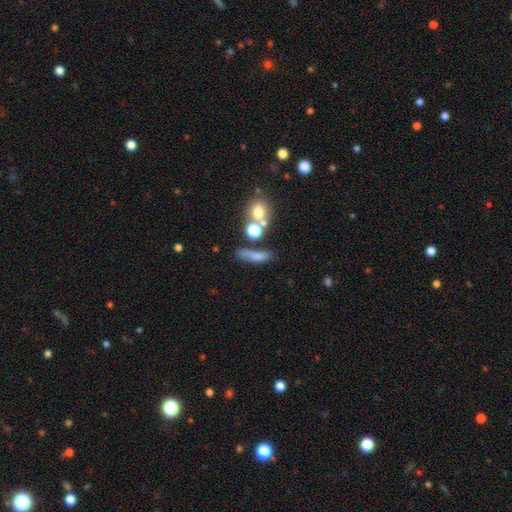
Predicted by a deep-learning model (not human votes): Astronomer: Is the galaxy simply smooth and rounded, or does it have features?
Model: smooth — 67%.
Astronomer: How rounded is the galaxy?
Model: cigar-shaped — 50% (runner-up: in between, 31%).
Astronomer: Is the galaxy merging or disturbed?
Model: none — 51%.